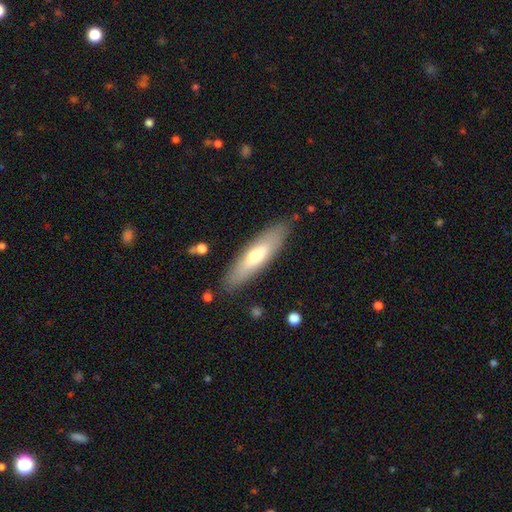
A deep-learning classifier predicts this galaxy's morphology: Smooth or featured? Predicted: smooth (p=0.61). How rounded? Predicted: cigar-shaped (p=0.62). Merging? Predicted: none (p=0.86).